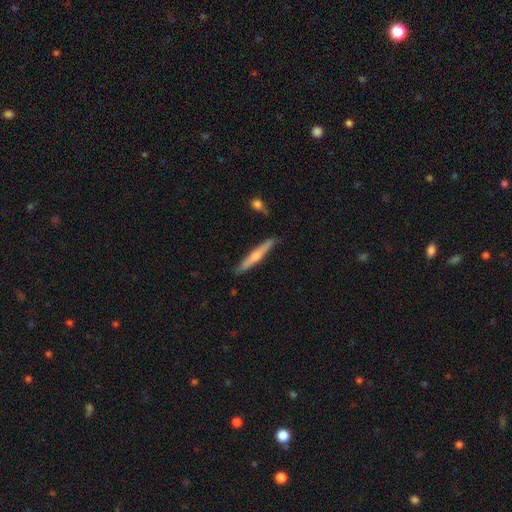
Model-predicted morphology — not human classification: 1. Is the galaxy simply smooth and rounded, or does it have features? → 50% featured or disk, 45% smooth, 5% star or artifact.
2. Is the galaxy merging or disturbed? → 86% none, 10% minor disturbance, 2% merger, 2% major disturbance.